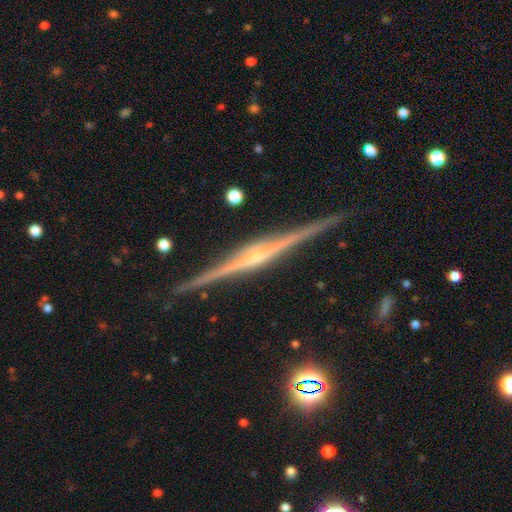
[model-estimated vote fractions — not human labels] smooth_or_featured: featured or disk (p=0.88) [alt: smooth p=0.06]
disk_edge_on: yes (p=0.99) [alt: no p=0.01]
edge_on_bulge: rounded (p=0.68) [alt: none p=0.18]
merging: none (p=0.91) [alt: minor disturbance p=0.06]